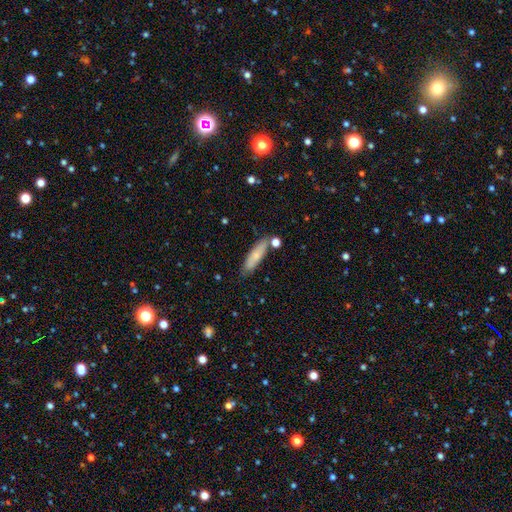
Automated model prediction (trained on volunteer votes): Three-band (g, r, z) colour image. It shows a smooth galaxy with no disk features (75%) that is cigar-shaped (71%). Merging: none (78%).